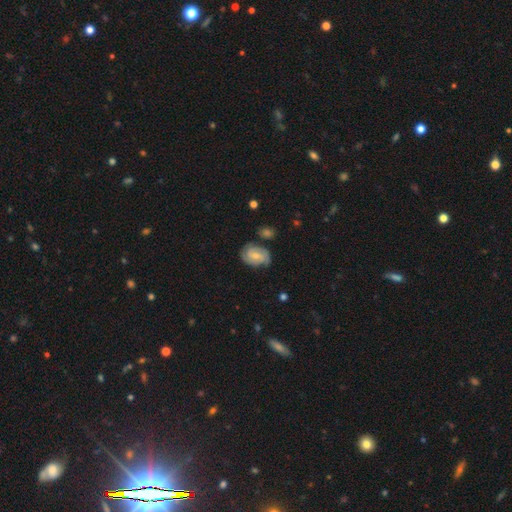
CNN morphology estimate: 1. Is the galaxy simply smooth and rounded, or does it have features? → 67% featured or disk, 26% smooth, 6% star or artifact.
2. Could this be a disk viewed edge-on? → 97% no, 3% yes.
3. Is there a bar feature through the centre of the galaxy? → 46% no, 45% weak, 9% strong.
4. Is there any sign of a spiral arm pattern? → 91% yes, 9% no.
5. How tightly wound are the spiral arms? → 53% tight, 36% medium, 11% loose.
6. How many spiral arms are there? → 50% 2, 22% can't tell, 18% 3, 4% 4, 3% 1, 3% more than 4.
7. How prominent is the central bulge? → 51% small, 44% moderate, 3% none, 2% large, 1% dominant.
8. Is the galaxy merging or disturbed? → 67% none, 23% minor disturbance, 6% major disturbance, 4% merger.